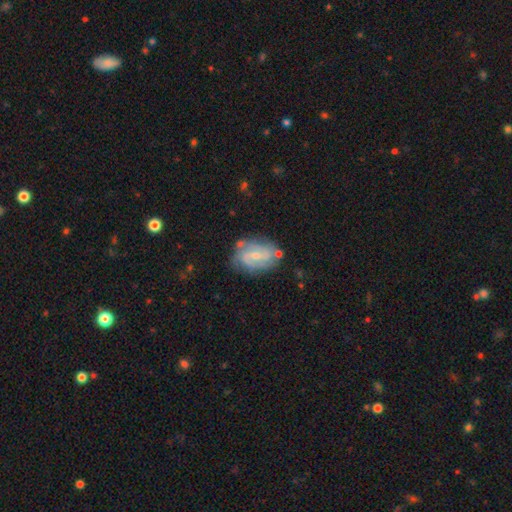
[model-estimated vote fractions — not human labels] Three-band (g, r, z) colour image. It shows a featured or disk galaxy (82%) with a weak bar (53%), 2 (70%) medium (46%) spiral arms (94%) and a small central bulge (64%). Merging: none (67%).